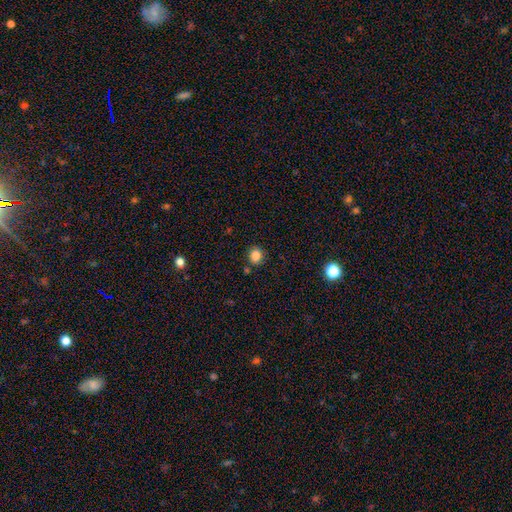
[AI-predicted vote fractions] smooth_or_featured: smooth (p=0.84) [alt: star or artifact p=0.12]
how_rounded: round (p=0.82) [alt: in between p=0.17]
merging: none (p=0.84) [alt: minor disturbance p=0.09]